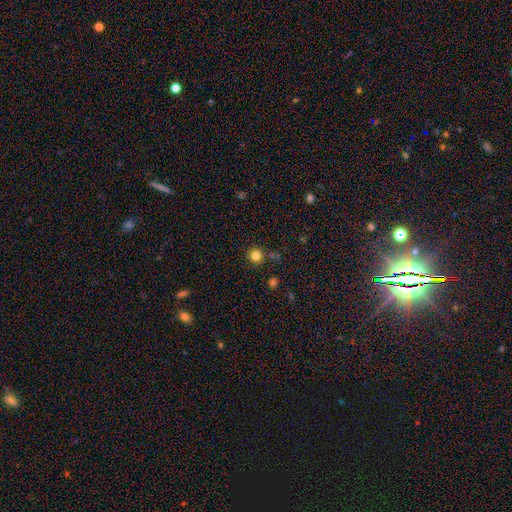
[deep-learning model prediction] A smooth galaxy with no disk features (81%) that is round (95%). Merging: none (88%).